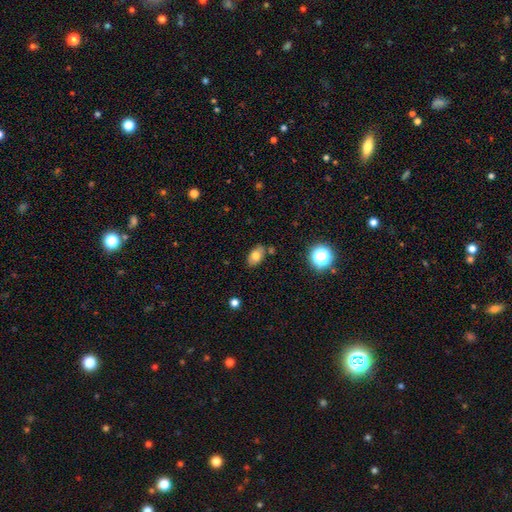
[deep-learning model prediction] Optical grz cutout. It shows a smooth galaxy with no disk features (75%) that is in between round and cigar-shaped (88%). Merging: none (79%).